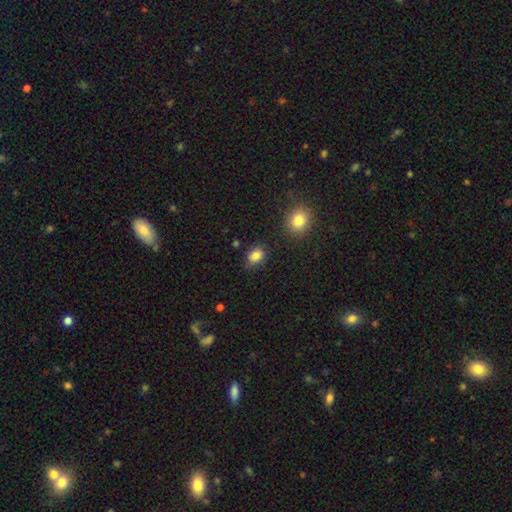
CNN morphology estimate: The model was most divided on "how rounded": in between: 71%, round: 27%, cigar-shaped: 1%. More confident: smooth or featured — smooth (84%); merging — none (70%).